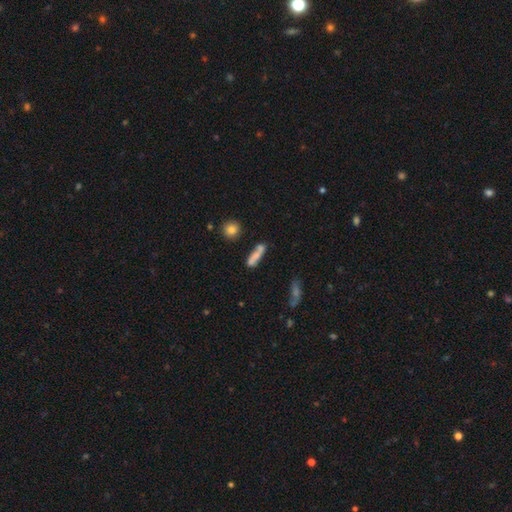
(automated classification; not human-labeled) A smooth galaxy with no disk features (65%) that is cigar-shaped (59%).

Vote fractions:
- Smooth or featured? smooth: 65% / featured or disk: 25% / star or artifact: 10%
- How rounded? cigar-shaped: 59% / in between: 36% / round: 5%
- Merging? none: 50% / merger: 24% / minor disturbance: 18% / major disturbance: 8%